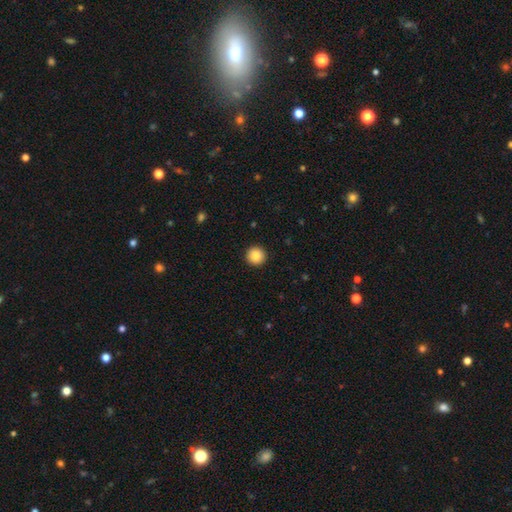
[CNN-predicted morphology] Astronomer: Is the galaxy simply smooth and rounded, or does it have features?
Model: smooth — 88%.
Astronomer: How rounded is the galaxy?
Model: round — 96%.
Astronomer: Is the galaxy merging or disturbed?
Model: none — 93%.